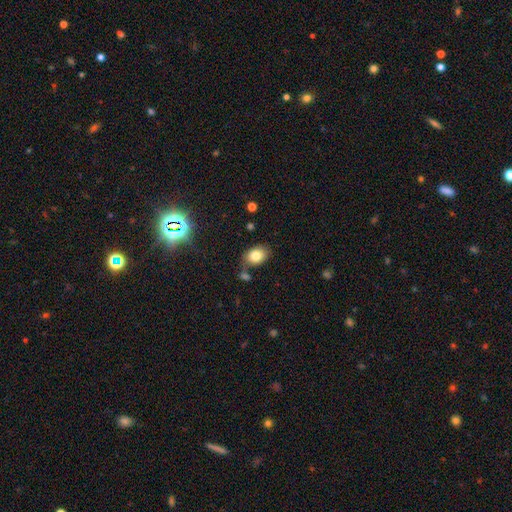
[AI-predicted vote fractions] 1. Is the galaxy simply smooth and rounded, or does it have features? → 80% smooth, 10% star or artifact, 10% featured or disk.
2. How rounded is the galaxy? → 75% in between, 24% round, 1% cigar-shaped.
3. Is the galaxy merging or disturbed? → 73% none, 14% minor disturbance, 9% merger, 4% major disturbance.